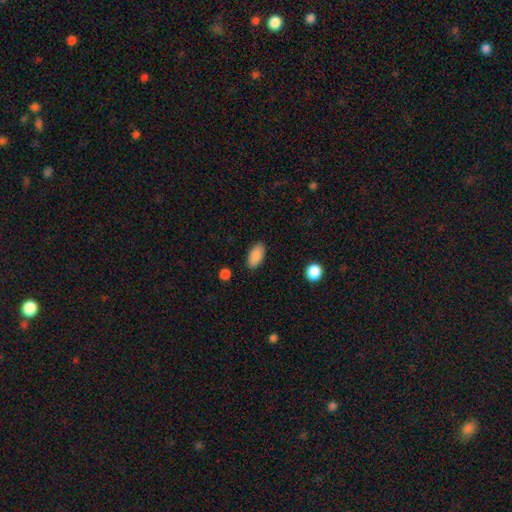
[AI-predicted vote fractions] Overall: smooth (89%). How rounded: in between (92%). Merging: none (87%).